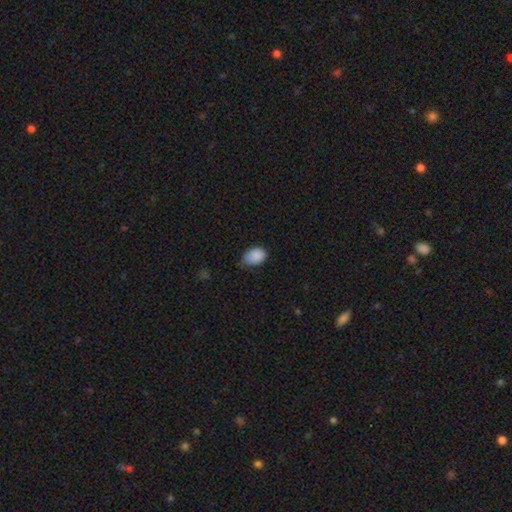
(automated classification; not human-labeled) smooth_or_featured: smooth (p=0.88) [alt: star or artifact p=0.08]
how_rounded: in between (p=0.82) [alt: round p=0.17]
merging: none (p=0.54) [alt: minor disturbance p=0.39]